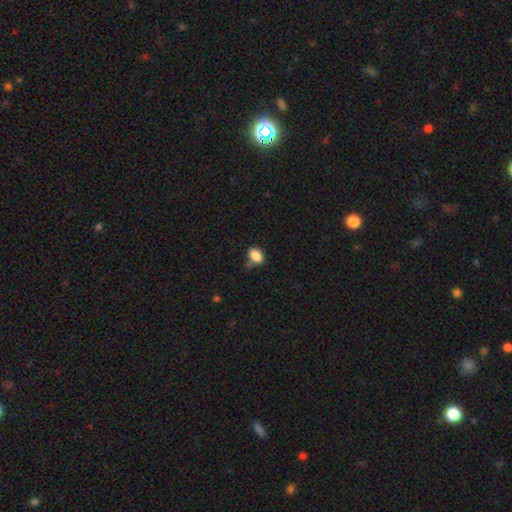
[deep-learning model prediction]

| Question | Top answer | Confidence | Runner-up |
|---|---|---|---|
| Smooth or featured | smooth | 86% | star or artifact (10%) |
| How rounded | in between | 79% | round (20%) |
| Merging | none | 64% | minor disturbance (24%) |